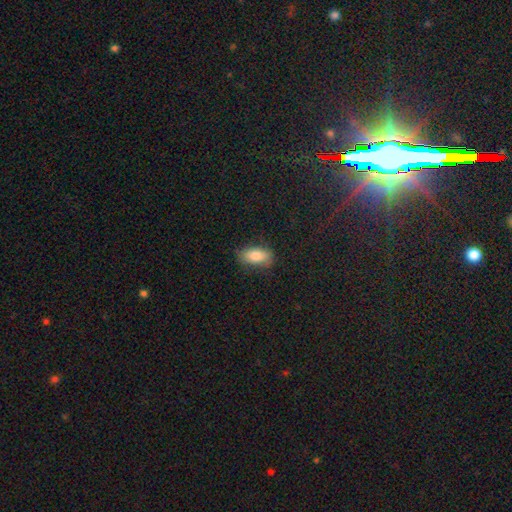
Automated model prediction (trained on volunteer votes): smooth-or-featured: smooth: 81% | featured or disk: 12% | star or artifact: 8%
  how-rounded: in between: 89% | cigar-shaped: 7% | round: 4%
  merging: none: 78% | minor disturbance: 17% | major disturbance: 4% | merger: 1%